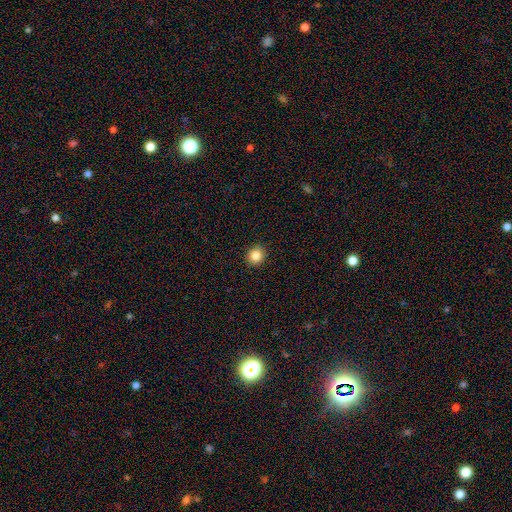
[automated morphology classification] A smooth galaxy with no disk features (85%) that is round (83%).

Vote fractions:
- Smooth or featured? smooth: 85% / star or artifact: 10% / featured or disk: 5%
- How rounded? round: 83% / in between: 16% / cigar-shaped: 1%
- Merging? none: 92% / minor disturbance: 5% / major disturbance: 2% / merger: 1%